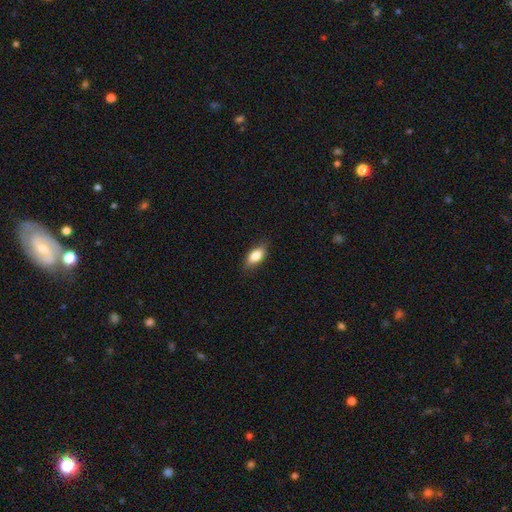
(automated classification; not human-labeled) This appears to be a smooth galaxy with no disk features (82%) that is in between round and cigar-shaped (86%). Merging: none (81%).